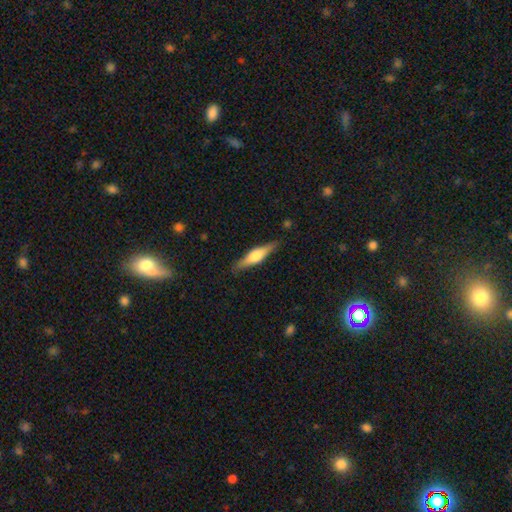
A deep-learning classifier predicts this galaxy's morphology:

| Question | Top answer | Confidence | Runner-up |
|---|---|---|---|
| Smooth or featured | featured or disk | 57% | smooth (37%) |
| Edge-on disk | yes | 95% | no (5%) |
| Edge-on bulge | rounded | 89% | boxy (8%) |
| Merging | none | 87% | minor disturbance (10%) |